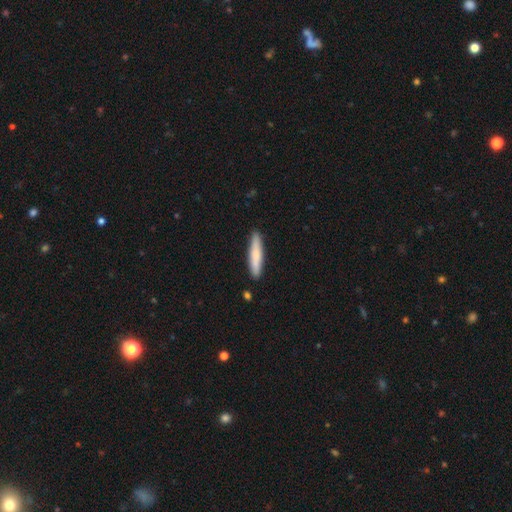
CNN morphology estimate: smooth-or-featured: smooth: 77% | featured or disk: 18% | star or artifact: 5%
  how-rounded: cigar-shaped: 90% | in between: 9% | round: 1%
  merging: none: 89% | minor disturbance: 8% | merger: 2% | major disturbance: 1%